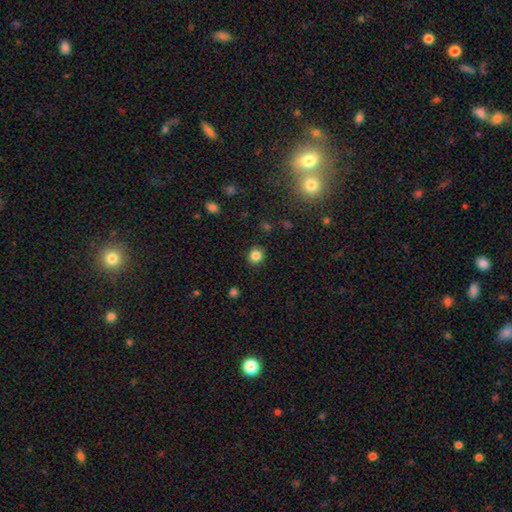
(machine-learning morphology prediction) Smooth or featured? Predicted: smooth (p=0.84). How rounded? Predicted: round (p=0.85). Merging? Predicted: none (p=0.90).